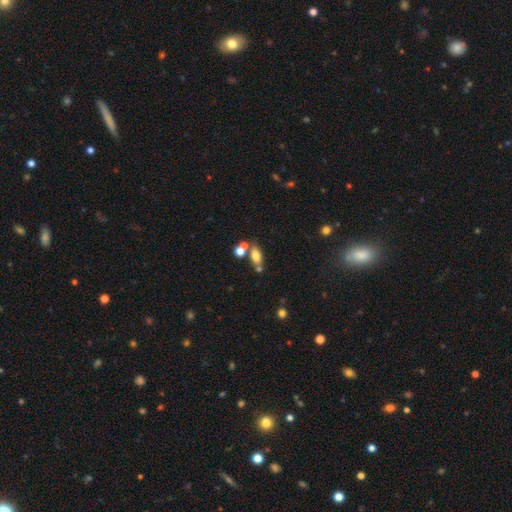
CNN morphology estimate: Overall: smooth (73%). How rounded: in between (82%). Merging: none (53%; merger 29%).